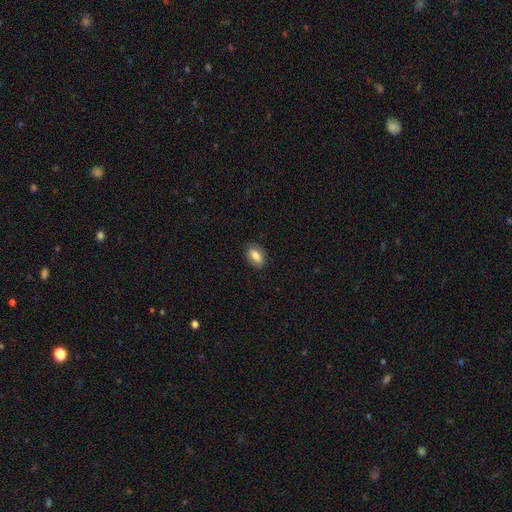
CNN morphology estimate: The model was most divided on "smooth or featured": smooth: 78%, featured or disk: 15%, star or artifact: 8%. More confident: how rounded — in between (88%); merging — none (82%).